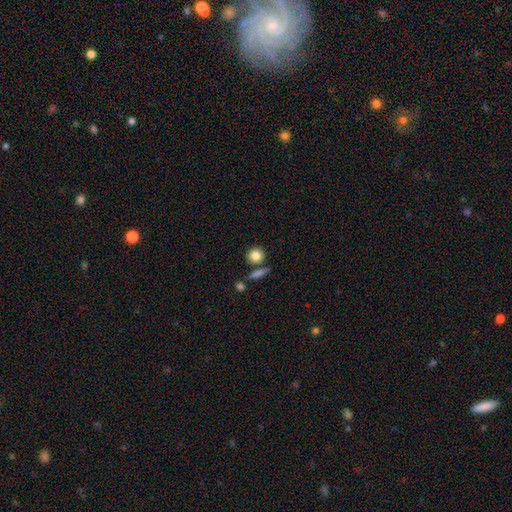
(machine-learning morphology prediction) smooth_or_featured: smooth (p=0.84) [alt: star or artifact p=0.09]
how_rounded: round (p=0.84) [alt: in between p=0.14]
merging: none (p=0.74) [alt: merger p=0.12]